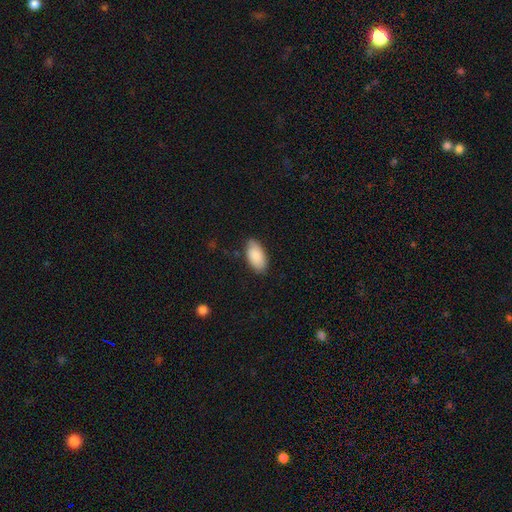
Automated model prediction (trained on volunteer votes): smooth_or_featured: smooth (p=0.87) [alt: featured or disk p=0.07]
how_rounded: in between (p=0.95) [alt: cigar-shaped p=0.03]
merging: none (p=0.80) [alt: minor disturbance p=0.16]